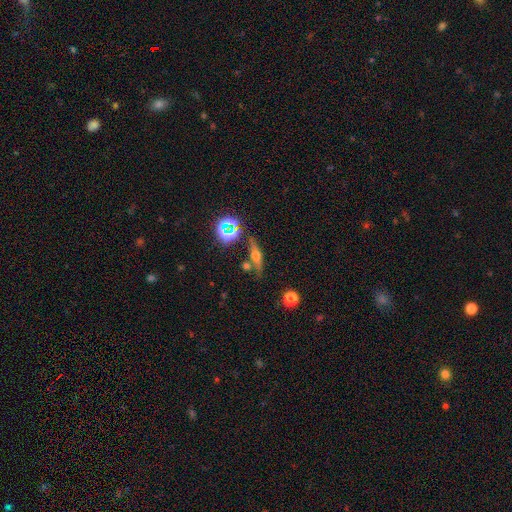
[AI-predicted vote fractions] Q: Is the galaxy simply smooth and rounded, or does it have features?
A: featured or disk — 50%.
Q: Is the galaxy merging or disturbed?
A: none — 71%.